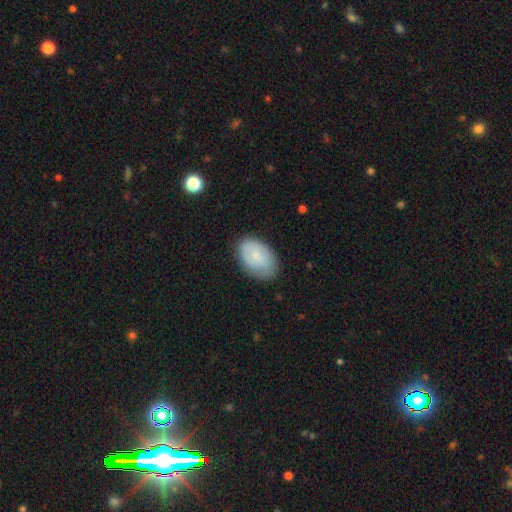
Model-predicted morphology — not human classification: Q: Smooth or featured?
A: smooth (71%); runner-up: featured or disk (22%)
Q: How rounded?
A: in between (88%); runner-up: round (11%)
Q: Merging?
A: none (72%); runner-up: minor disturbance (22%)